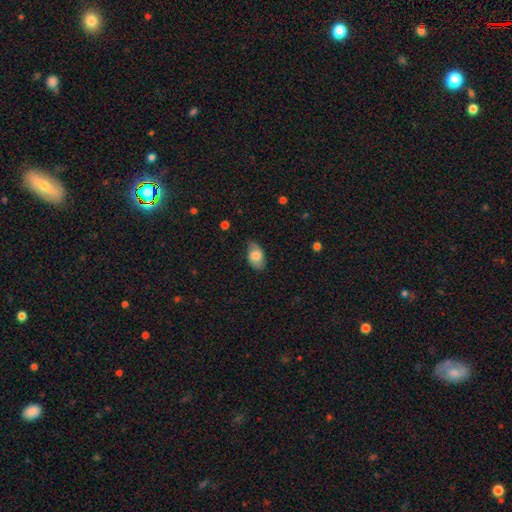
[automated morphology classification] This is likely a smooth galaxy (75%). How rounded: clearly in between (91%). Merging: likely none (73%).